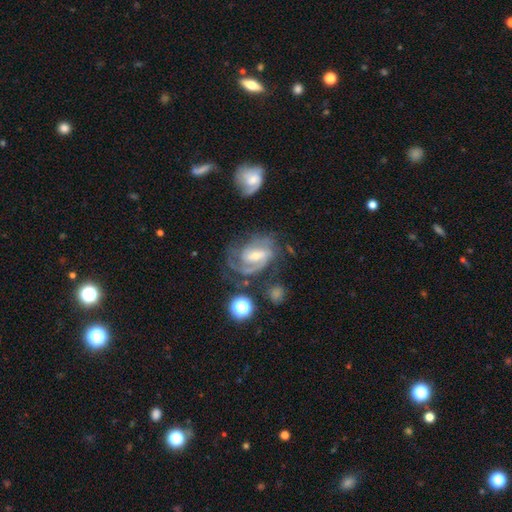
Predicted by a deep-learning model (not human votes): This is clearly a featured or disk galaxy (87%). It is clearly not viewed edge-on (97%). Bar: possibly weak (49%). Spiral arm pattern: clearly yes (97%). Spiral arm count: possibly 2 (52%). Spiral winding: marginally medium (44%, tied with tight). Central bulge: possibly small (51%). Merging: possibly none (60%).